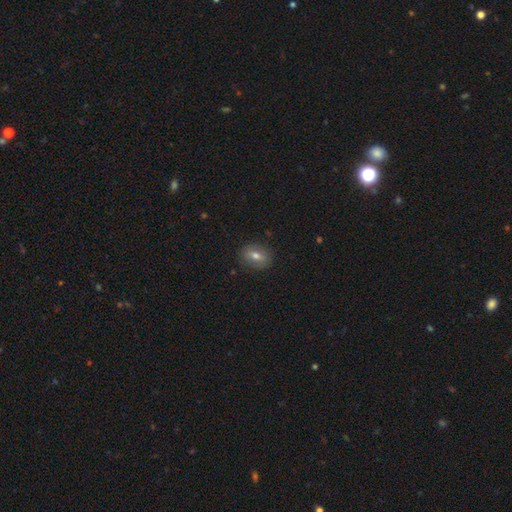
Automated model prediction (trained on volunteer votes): Smooth or featured: smooth — 67% (featured or disk — 24%)
How rounded: in between — 63% (round — 35%)
Merging: none — 86% (minor disturbance — 10%)